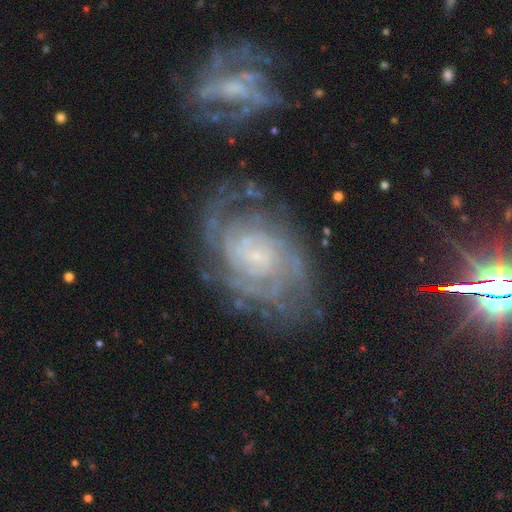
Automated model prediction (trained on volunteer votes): Smooth or featured? Predicted: featured or disk (p=0.86). Edge-on disk? Predicted: no (p=0.97). Bar? Predicted: no (p=0.64). Spiral arms? Predicted: yes (p=0.97). Spiral winding? Predicted: tight (p=0.72). Spiral arm count? Predicted: can't tell (p=0.32). Bulge size? Predicted: small (p=0.79). Merging? Predicted: none (p=0.69).